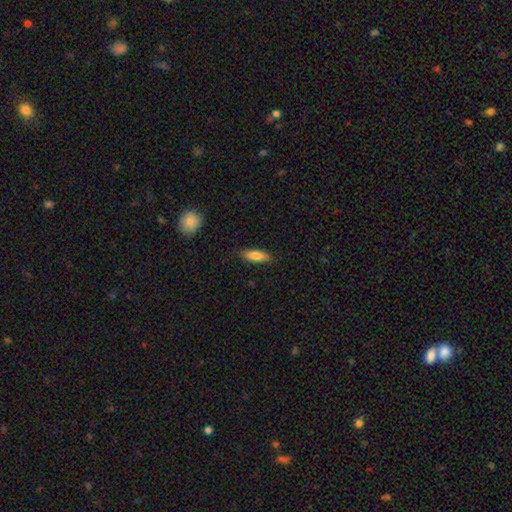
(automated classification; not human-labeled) Smooth or featured? smooth (83%)
How rounded? in between (60%)
Merging? none (85%)